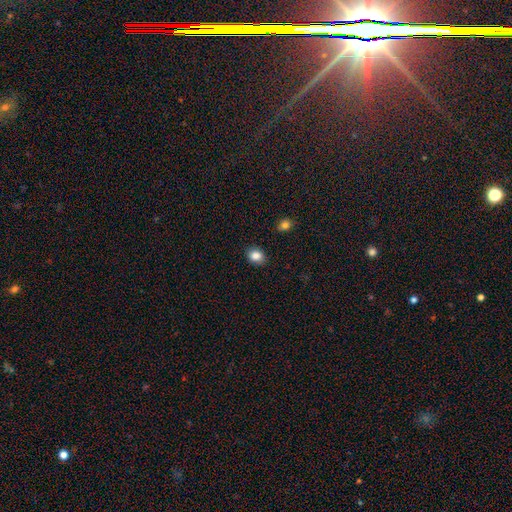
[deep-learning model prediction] Smooth or featured?
  - smooth: 86% *
  - star or artifact: 10%
  - featured or disk: 4%
How rounded?
  - in between: 50% *
  - round: 49%
  - cigar-shaped: 1%
Merging?
  - none: 88% *
  - minor disturbance: 8%
  - major disturbance: 2%
  - merger: 1%